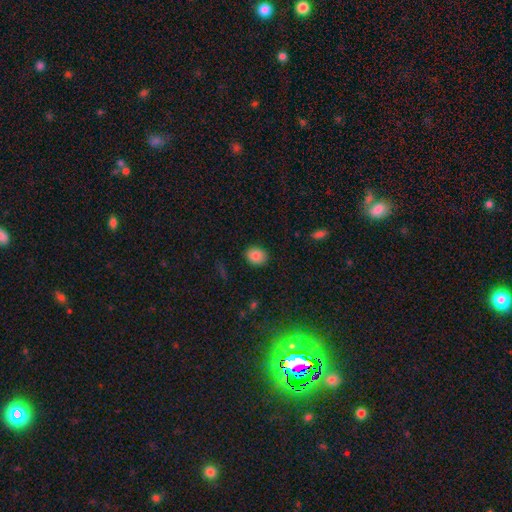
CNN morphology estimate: Overall: smooth (84%). How rounded: round (55%; in between 44%). Merging: none (88%).